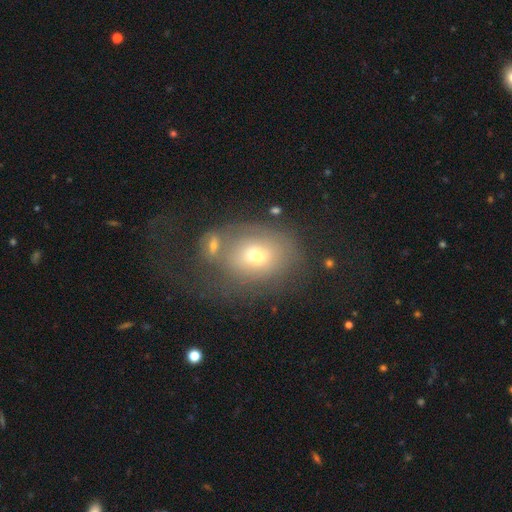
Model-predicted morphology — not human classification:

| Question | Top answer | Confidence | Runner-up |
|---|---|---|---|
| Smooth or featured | smooth | 61% | featured or disk (26%) |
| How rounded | round | 50% | in between (49%) |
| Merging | none | 41% | merger (26%) |